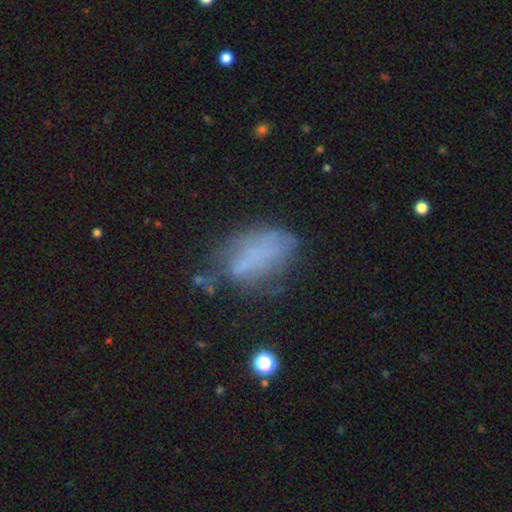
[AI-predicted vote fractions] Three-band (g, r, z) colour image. It shows a smooth galaxy with no disk features (53%) that is in between round and cigar-shaped (88%). Merging: none (44%).